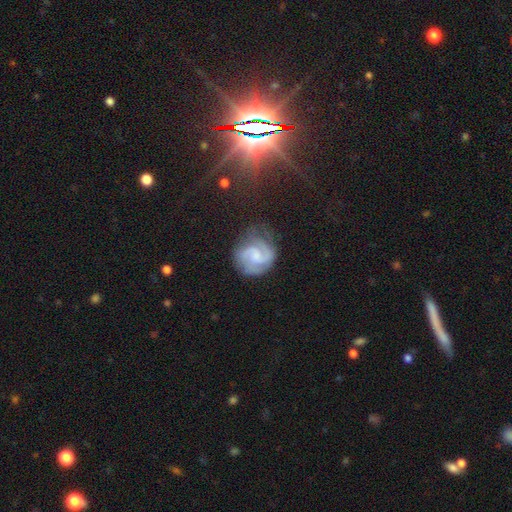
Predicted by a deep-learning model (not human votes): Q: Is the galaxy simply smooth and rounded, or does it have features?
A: featured or disk — 78%.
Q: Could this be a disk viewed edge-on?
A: no — 98%.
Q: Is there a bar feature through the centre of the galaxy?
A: no — 49%.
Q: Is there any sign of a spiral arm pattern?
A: yes — 95%.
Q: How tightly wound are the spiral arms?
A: medium — 48%.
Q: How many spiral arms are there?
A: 2 — 67%.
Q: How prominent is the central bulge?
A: small — 35%.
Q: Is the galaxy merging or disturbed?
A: none — 61%.